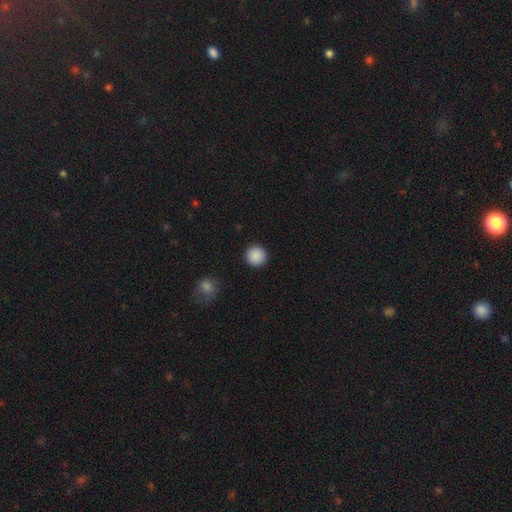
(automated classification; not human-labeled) Smooth or featured: smooth — 89% (star or artifact — 8%)
How rounded: round — 95% (in between — 4%)
Merging: none — 92% (minor disturbance — 5%)